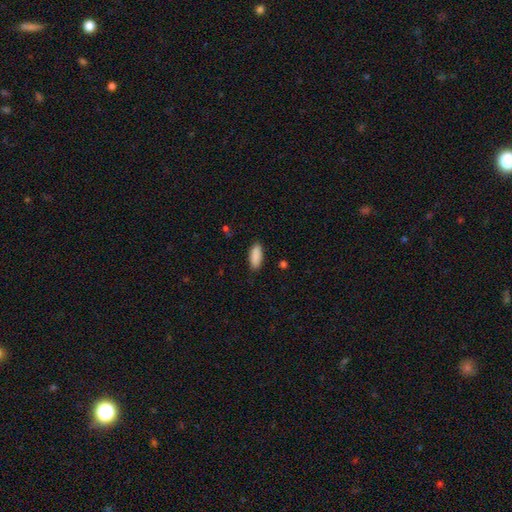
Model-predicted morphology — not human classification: smooth_or_featured: smooth (p=0.90) [alt: star or artifact p=0.06]
how_rounded: in between (p=0.80) [alt: cigar-shaped p=0.18]
merging: none (p=0.88) [alt: minor disturbance p=0.09]